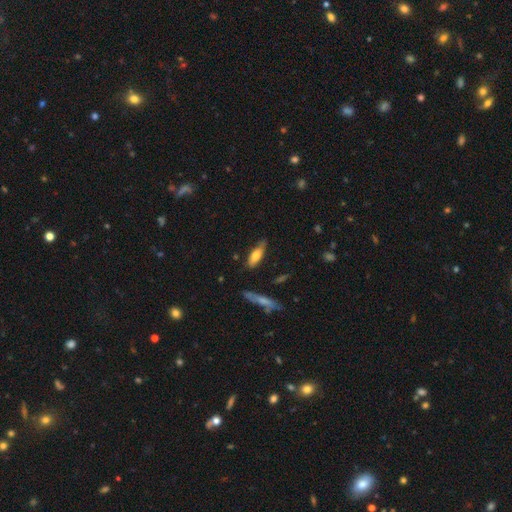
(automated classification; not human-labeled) This appears to be a smooth galaxy with no disk features (72%) that is in between round and cigar-shaped (53%). Merging: none (69%).